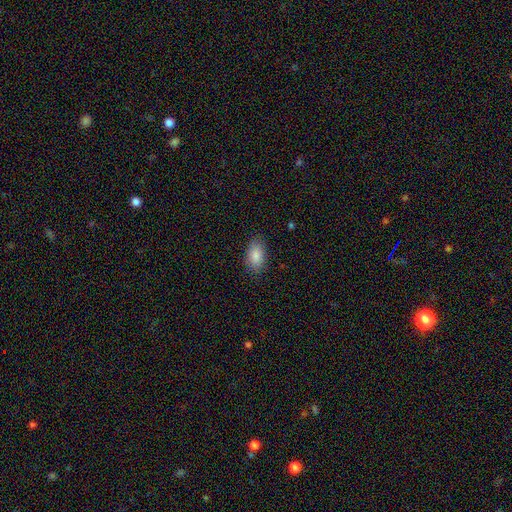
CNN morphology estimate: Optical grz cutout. It shows a smooth galaxy with no disk features (87%) that is in between round and cigar-shaped (92%). Merging: none (85%).